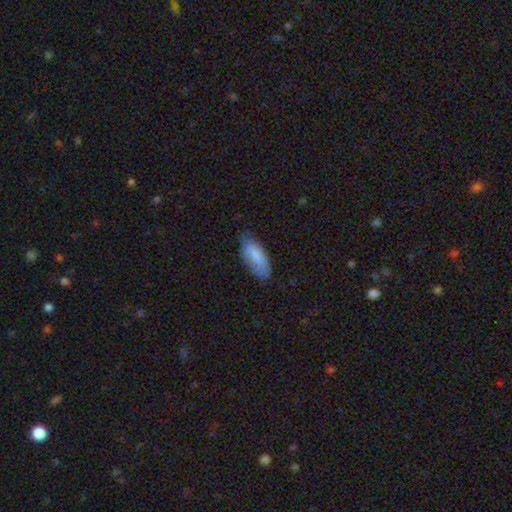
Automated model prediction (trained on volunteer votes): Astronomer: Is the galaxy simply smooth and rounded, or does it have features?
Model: smooth — 71%.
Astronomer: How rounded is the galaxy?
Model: in between — 87%.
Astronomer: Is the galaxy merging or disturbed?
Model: none — 70%.